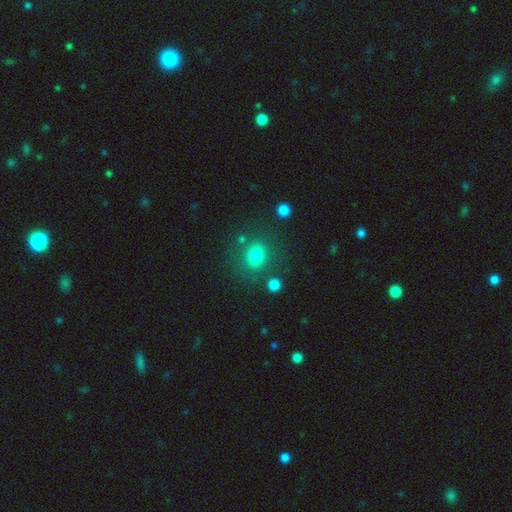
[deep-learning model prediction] Smooth or featured: smooth — 76% (star or artifact — 14%)
How rounded: round — 74% (in between — 25%)
Merging: none — 75% (minor disturbance — 12%)